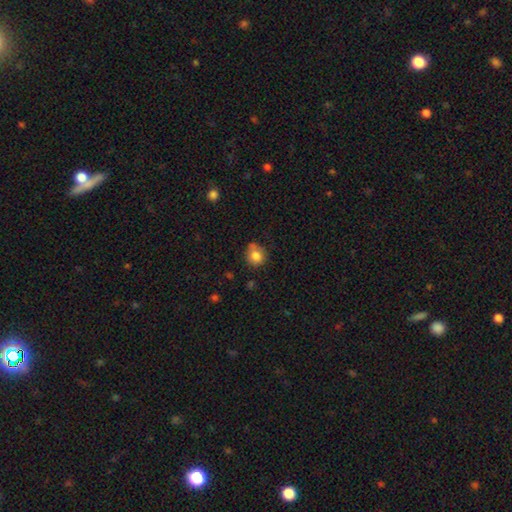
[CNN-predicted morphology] Overall: smooth (80%). How rounded: round (83%). Merging: none (62%; minor disturbance 22%).